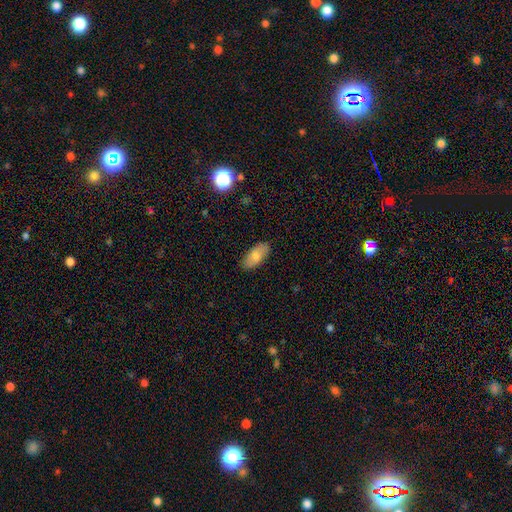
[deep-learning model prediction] Overall: smooth (79%). How rounded: in between (89%). Merging: none (87%).